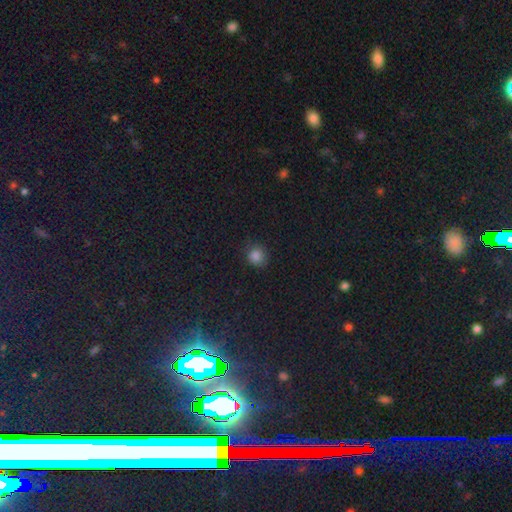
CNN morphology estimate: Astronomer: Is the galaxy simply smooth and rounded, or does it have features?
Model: smooth — 83%.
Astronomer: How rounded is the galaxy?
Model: round — 89%.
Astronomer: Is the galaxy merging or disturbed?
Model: none — 85%.